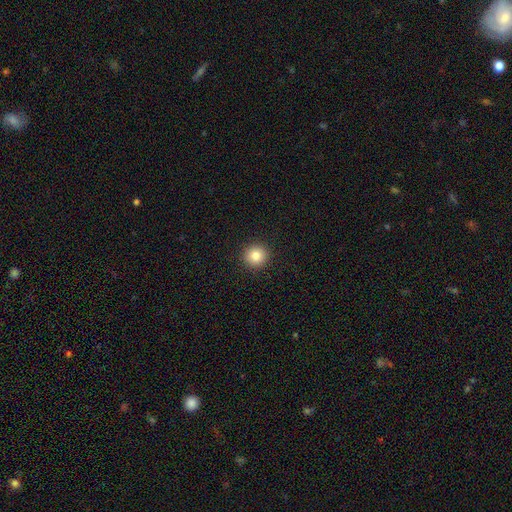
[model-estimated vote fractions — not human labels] Smooth or featured? smooth (83%)
How rounded? round (95%)
Merging? none (93%)